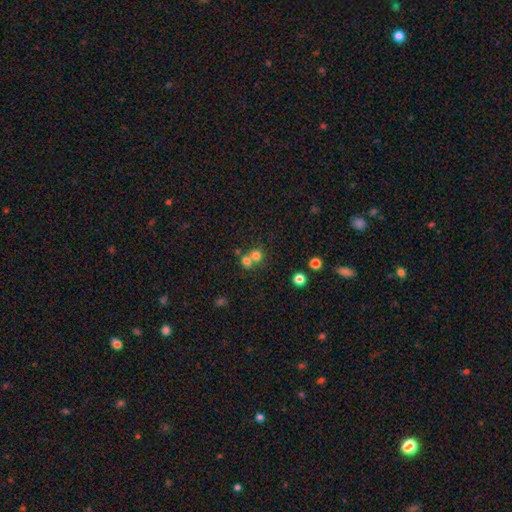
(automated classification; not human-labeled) This appears to be a smooth galaxy with no disk features (71%) that is round (81%). Merging: merger (55%).